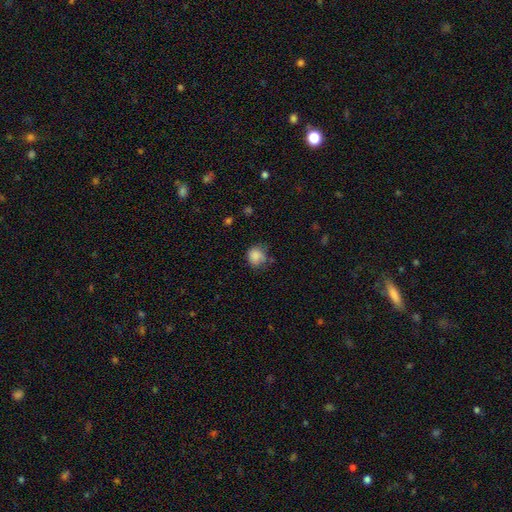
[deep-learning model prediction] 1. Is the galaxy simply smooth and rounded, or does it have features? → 84% smooth, 9% star or artifact, 7% featured or disk.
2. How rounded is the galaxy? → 74% round, 25% in between, 1% cigar-shaped.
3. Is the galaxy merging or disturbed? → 58% none, 29% minor disturbance, 9% major disturbance, 4% merger.